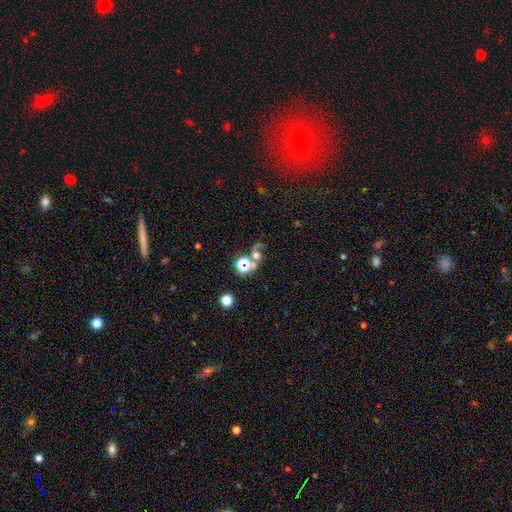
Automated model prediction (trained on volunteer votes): Overall: star or artifact (37%; smooth 33%).